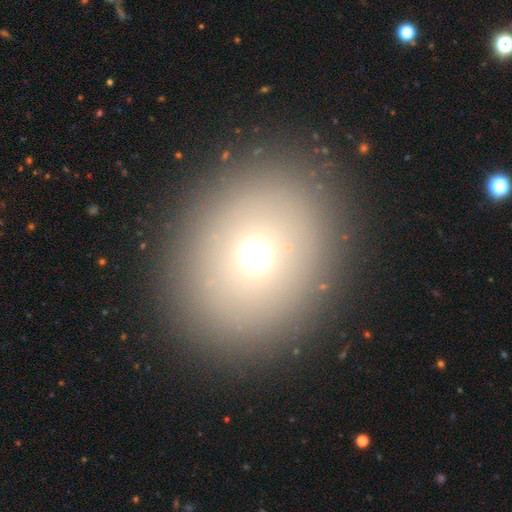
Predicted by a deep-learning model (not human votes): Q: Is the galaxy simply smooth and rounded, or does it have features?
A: smooth — 64%.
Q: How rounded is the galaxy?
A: round — 67%.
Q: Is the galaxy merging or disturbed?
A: none — 87%.